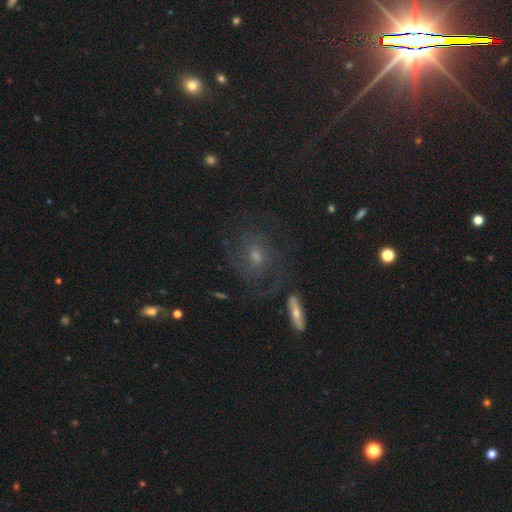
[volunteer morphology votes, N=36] A featured or disk galaxy (89%) with no bar (61%), 2 (48%) tight (52%) spiral arms (94%) and a small central bulge (77%).

Vote fractions:
- Smooth or featured? featured or disk: 89% / smooth: 6% / star or artifact: 6%
- Edge-on disk? no: 97% / yes: 3%
- Bar? no: 61% / weak: 29% / strong: 10%
- Spiral arms? yes: 94% / no: 6%
- Spiral winding? tight: 52% / medium: 34% / loose: 14%
- Spiral arm count? 2: 48% / can't tell: 28% / 3: 21% / 1: 3% / 4: 0% / more than 4: 0%
- Bulge size? small: 77% / moderate: 16% / dominant: 3% / none: 3% / large: 0%
- Merging? none: 65% / minor disturbance: 24% / major disturbance: 12% / merger: 0%